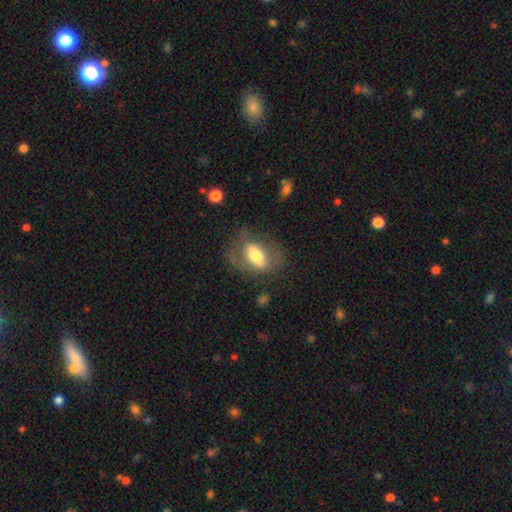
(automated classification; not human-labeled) Smooth or featured? Predicted: smooth (p=0.54). How rounded? Predicted: in between (p=0.84). Merging? Predicted: none (p=0.53).